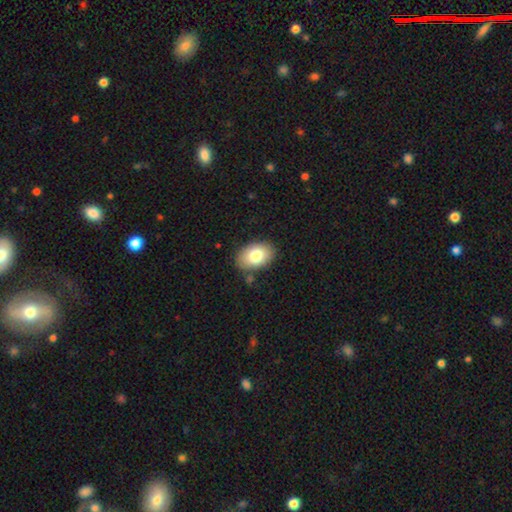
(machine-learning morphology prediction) This appears to be a smooth galaxy with no disk features (79%) that is in between round and cigar-shaped (86%). Merging: none (83%).